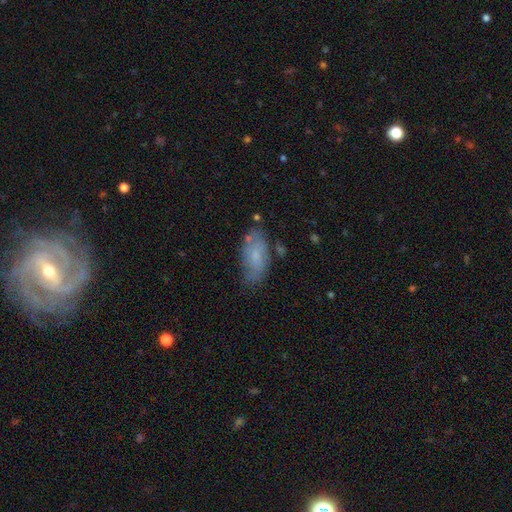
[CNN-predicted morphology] The model was most divided on "smooth or featured": smooth: 62%, featured or disk: 30%, star or artifact: 7%. More confident: how rounded — in between (88%); merging — none (64%).